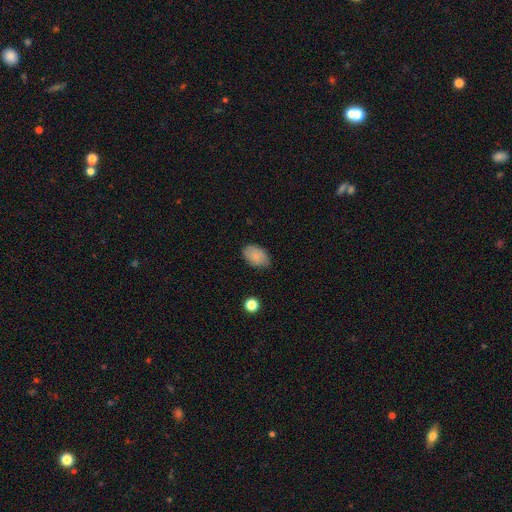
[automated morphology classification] A smooth galaxy with no disk features (82%) that is in between round and cigar-shaped (88%). Merging: none (75%).